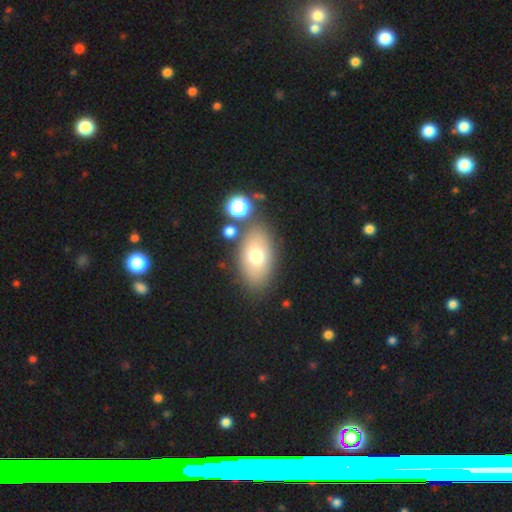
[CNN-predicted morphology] Smooth or featured? Predicted: smooth (p=0.69). How rounded? Predicted: in between (p=0.87). Merging? Predicted: none (p=0.76).